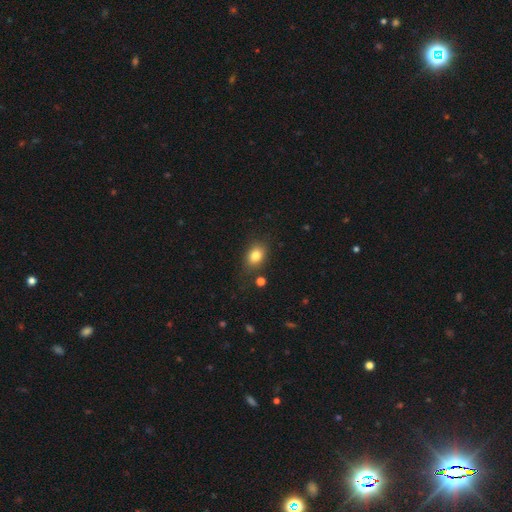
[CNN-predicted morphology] Smooth or featured: smooth — 81% (star or artifact — 10%)
How rounded: in between — 67% (round — 32%)
Merging: none — 79% (minor disturbance — 14%)